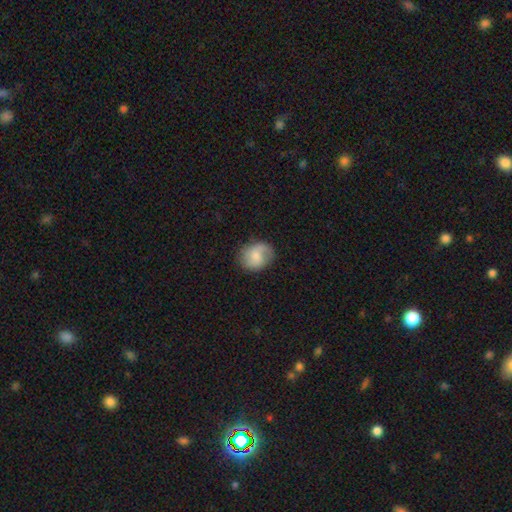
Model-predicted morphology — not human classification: Q: Smooth or featured?
A: smooth (53%); runner-up: featured or disk (39%)
Q: How rounded?
A: round (59%); runner-up: in between (40%)
Q: Merging?
A: none (72%); runner-up: minor disturbance (20%)